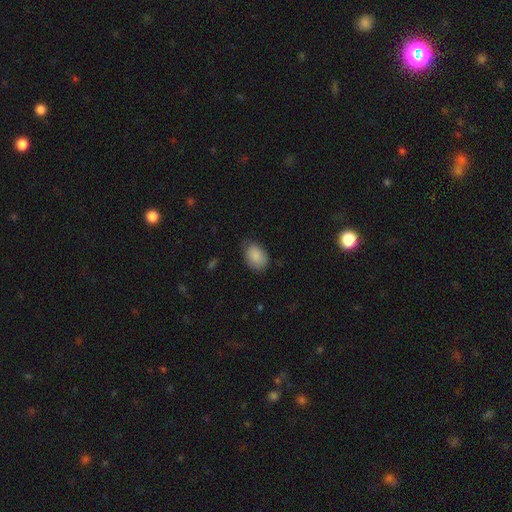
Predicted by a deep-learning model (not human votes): Smooth or featured? smooth (86%)
How rounded? in between (79%)
Merging? none (68%)